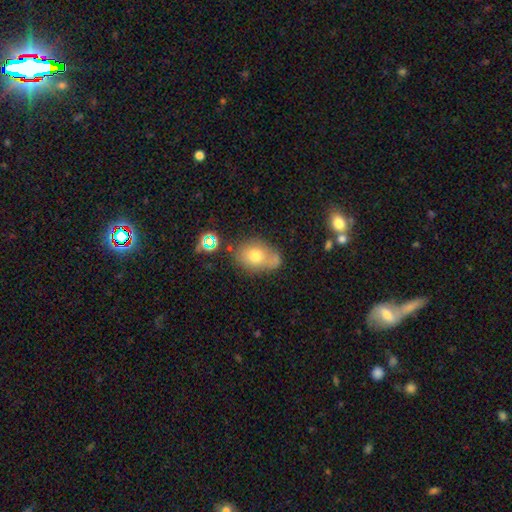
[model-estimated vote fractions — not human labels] Smooth or featured: smooth — 68% (featured or disk — 19%)
How rounded: in between — 68% (round — 30%)
Merging: none — 54% (minor disturbance — 23%)